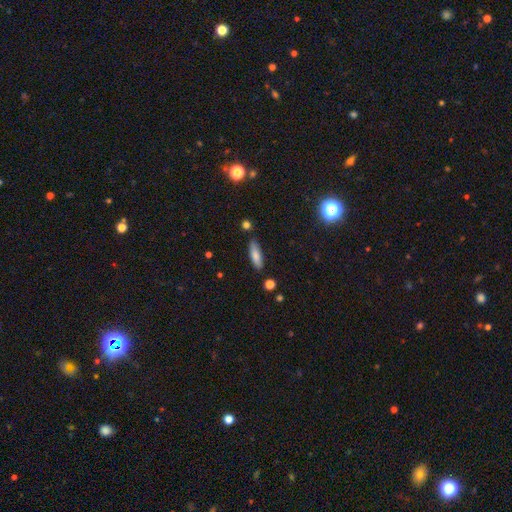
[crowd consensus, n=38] Volunteers were most divided on "how rounded": cigar-shaped: 58%, in between: 42%, round: 0%. More confident: smooth or featured — smooth (87%); merging — none (77%).